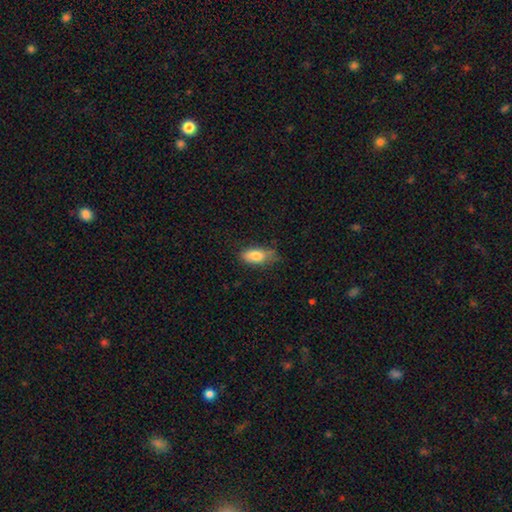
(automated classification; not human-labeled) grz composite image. It shows a smooth galaxy with no disk features (80%) that is in between round and cigar-shaped (84%). Merging: none (57%).